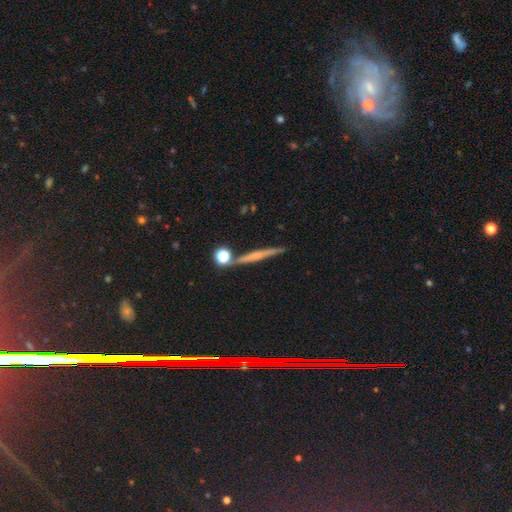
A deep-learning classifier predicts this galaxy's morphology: Overall: featured or disk (49%; smooth 38%). Merging: none (83%).